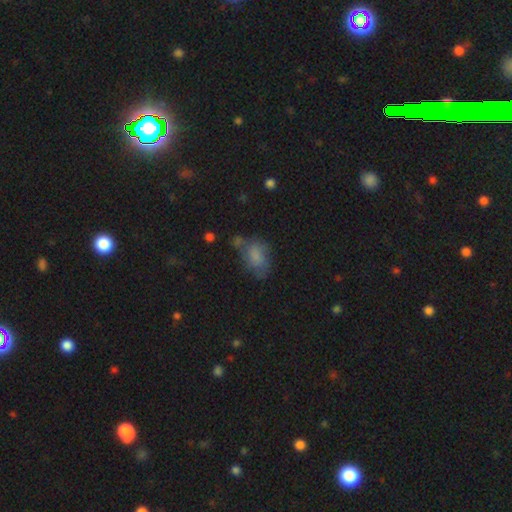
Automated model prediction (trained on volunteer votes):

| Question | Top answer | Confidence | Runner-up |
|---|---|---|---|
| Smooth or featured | smooth | 69% | featured or disk (20%) |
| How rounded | in between | 84% | round (15%) |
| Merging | none | 42% | minor disturbance (29%) |